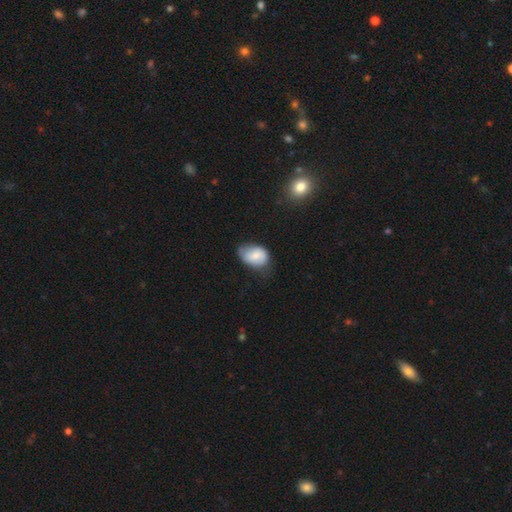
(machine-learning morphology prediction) smooth 73%, featured or disk 20%, star or artifact 7%. Down the decision tree: how rounded — in between (81%); merging — none (49%).